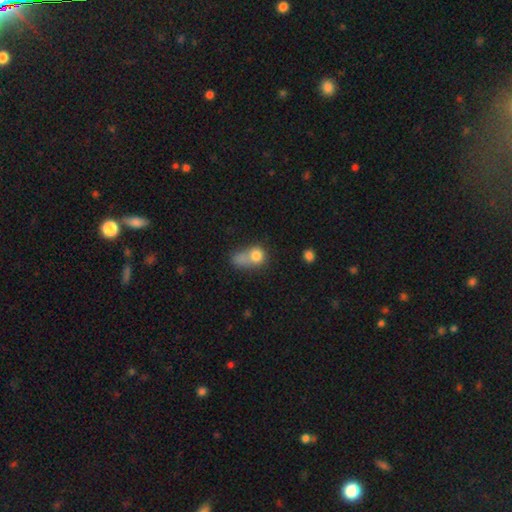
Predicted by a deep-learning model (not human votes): Smooth or featured: smooth — 76% (featured or disk — 13%)
How rounded: round — 61% (in between — 37%)
Merging: merger — 47% (none — 24%)